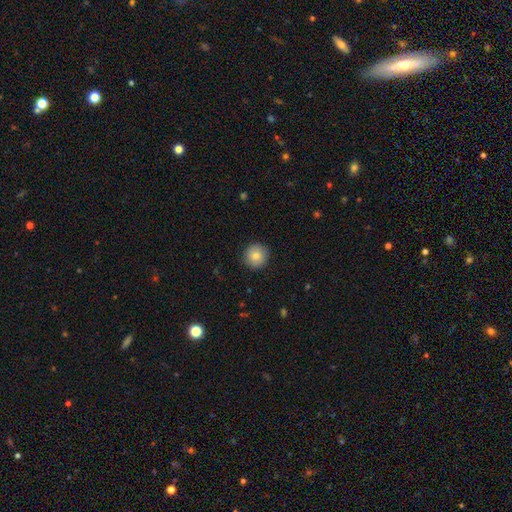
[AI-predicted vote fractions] smooth_or_featured: smooth (p=0.80) [alt: featured or disk p=0.12]
how_rounded: round (p=0.95) [alt: in between p=0.04]
merging: none (p=0.90) [alt: minor disturbance p=0.07]